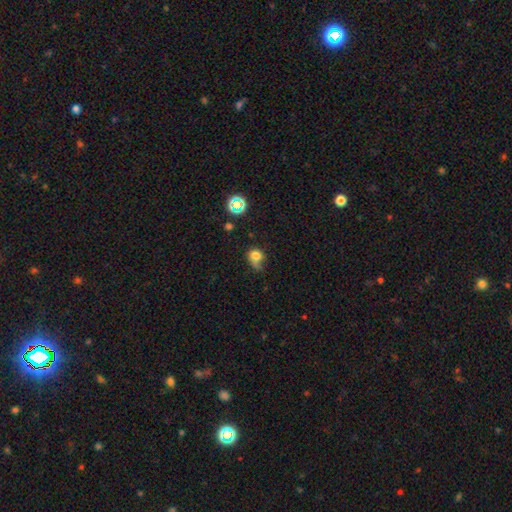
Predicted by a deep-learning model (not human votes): Q: Smooth or featured?
A: smooth (73%); runner-up: star or artifact (14%)
Q: How rounded?
A: round (66%); runner-up: in between (33%)
Q: Merging?
A: minor disturbance (36%); tied with: none (36%)